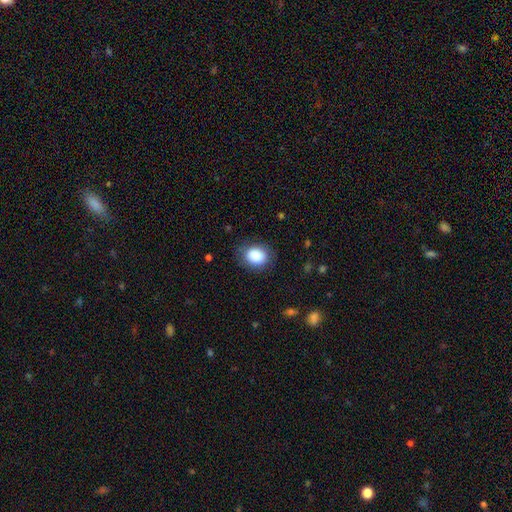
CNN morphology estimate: A smooth galaxy with no disk features (87%) that is round (52%). Merging: none (80%).